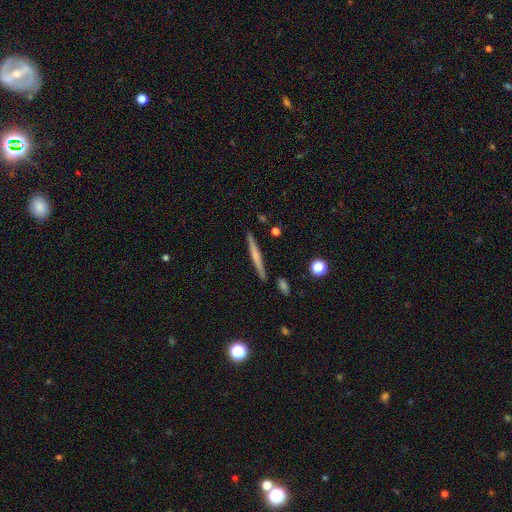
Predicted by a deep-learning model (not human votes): Smooth or featured?
  - featured or disk: 47% *
  - smooth: 46%
  - star or artifact: 6%
Merging?
  - none: 88% *
  - minor disturbance: 8%
  - merger: 3%
  - major disturbance: 2%